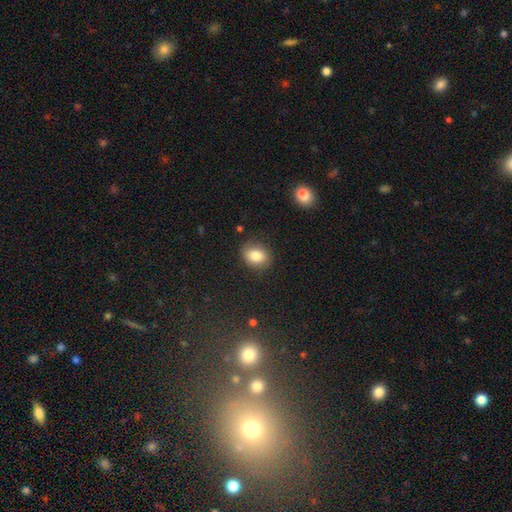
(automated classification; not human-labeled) Morphology: type=smooth (83%); roundness=in between (60%); merging=none (84%).